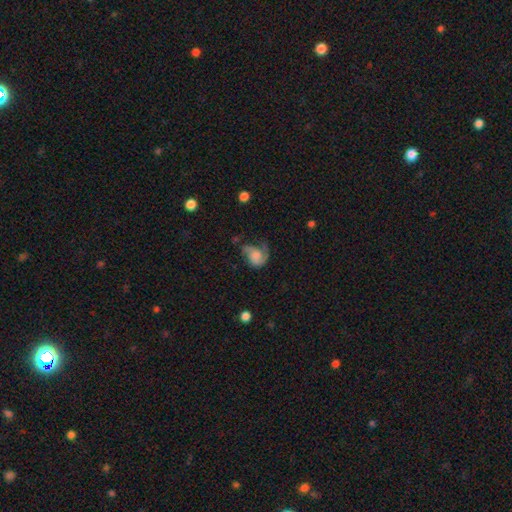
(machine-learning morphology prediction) Q: Smooth or featured?
A: featured or disk (63%); runner-up: smooth (29%)
Q: Edge-on disk?
A: no (98%); runner-up: yes (2%)
Q: Bar?
A: no (71%); runner-up: weak (24%)
Q: Spiral arms?
A: yes (89%); runner-up: no (11%)
Q: Spiral winding?
A: medium (42%); runner-up: loose (36%)
Q: Spiral arm count?
A: 2 (60%); runner-up: 1 (27%)
Q: Bulge size?
A: none (37%); runner-up: small (21%)
Q: Merging?
A: none (38%); runner-up: major disturbance (32%)